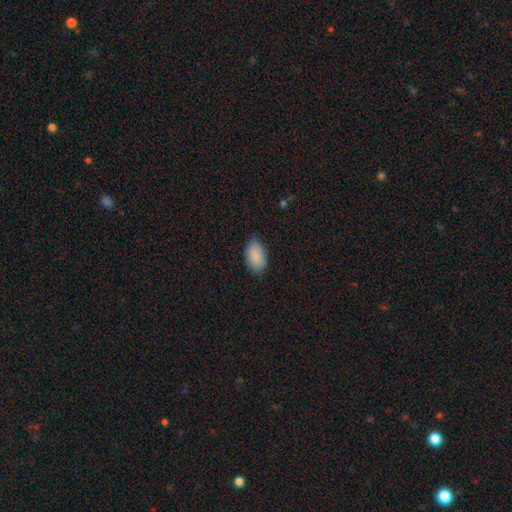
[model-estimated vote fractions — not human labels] Smooth or featured? Predicted: smooth (p=0.88). How rounded? Predicted: in between (p=0.93). Merging? Predicted: none (p=0.77).